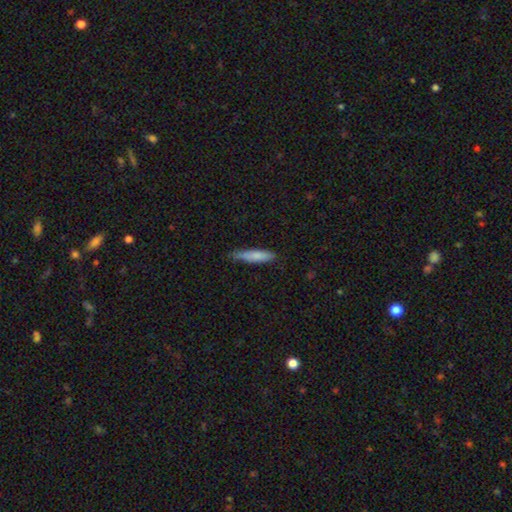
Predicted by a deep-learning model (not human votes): Smooth or featured: smooth — 78% (featured or disk — 16%)
How rounded: cigar-shaped — 83% (in between — 16%)
Merging: none — 74% (minor disturbance — 22%)